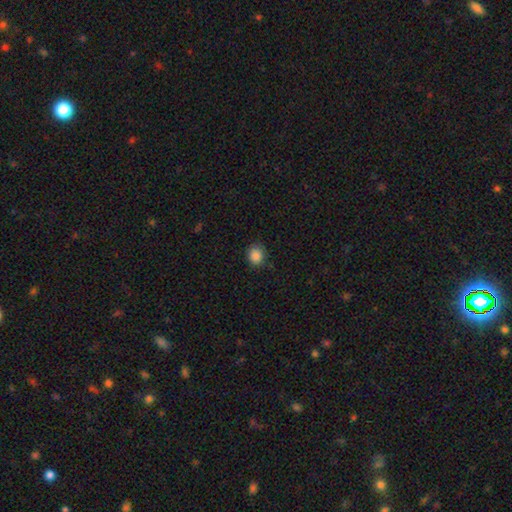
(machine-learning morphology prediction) A smooth galaxy with no disk features (87%) that is round (71%). Merging: none (81%).